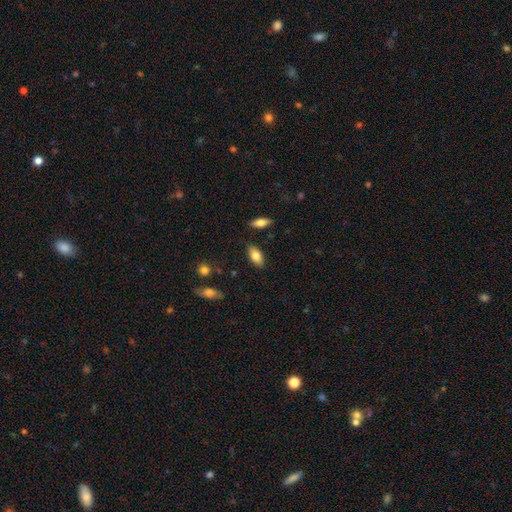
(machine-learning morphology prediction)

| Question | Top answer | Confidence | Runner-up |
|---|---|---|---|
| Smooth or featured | smooth | 82% | featured or disk (11%) |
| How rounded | in between | 91% | cigar-shaped (7%) |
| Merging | none | 84% | minor disturbance (11%) |